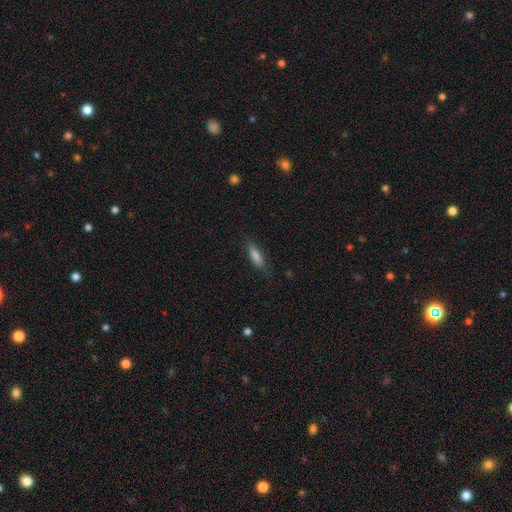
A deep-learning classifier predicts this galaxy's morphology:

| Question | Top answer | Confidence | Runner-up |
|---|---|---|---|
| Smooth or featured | smooth | 80% | featured or disk (13%) |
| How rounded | cigar-shaped | 51% | in between (47%) |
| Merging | none | 79% | minor disturbance (16%) |